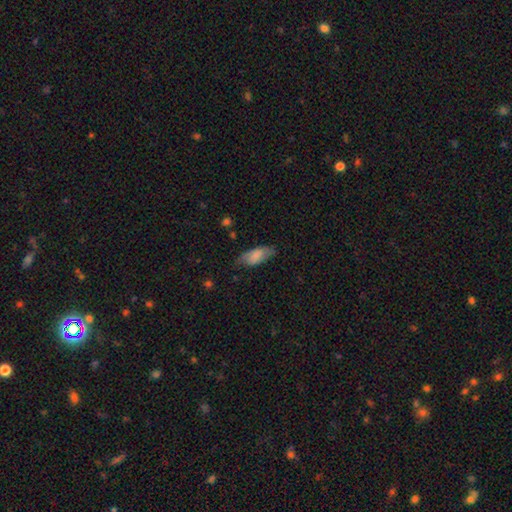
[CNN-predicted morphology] smooth_or_featured: smooth (p=0.70) [alt: featured or disk p=0.24]
how_rounded: in between (p=0.86) [alt: cigar-shaped p=0.12]
merging: none (p=0.67) [alt: minor disturbance p=0.25]